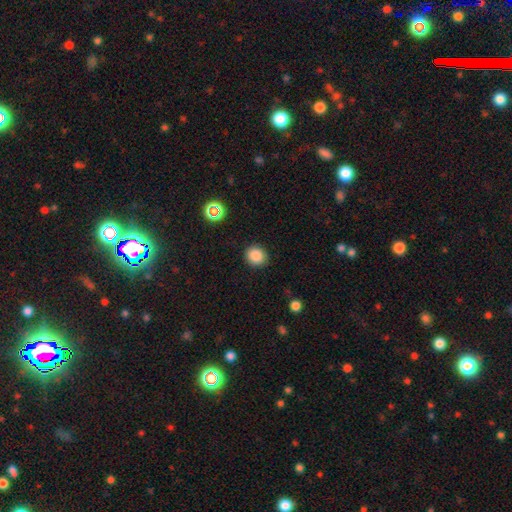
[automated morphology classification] smooth_or_featured: smooth (p=0.86) [alt: star or artifact p=0.11]
how_rounded: round (p=0.81) [alt: in between p=0.18]
merging: none (p=0.90) [alt: minor disturbance p=0.07]